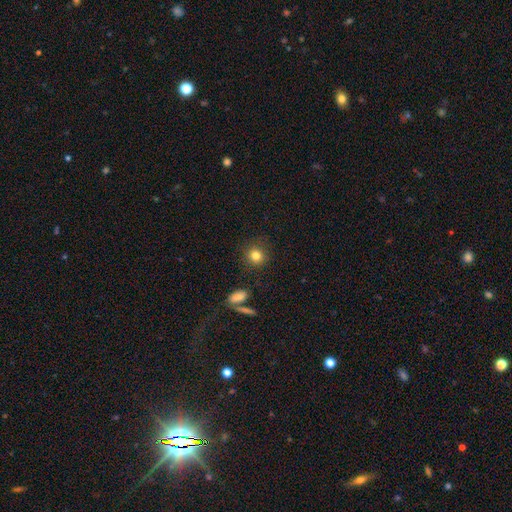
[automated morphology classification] Smooth or featured? Predicted: smooth (p=0.82). How rounded? Predicted: round (p=0.88). Merging? Predicted: none (p=0.85).